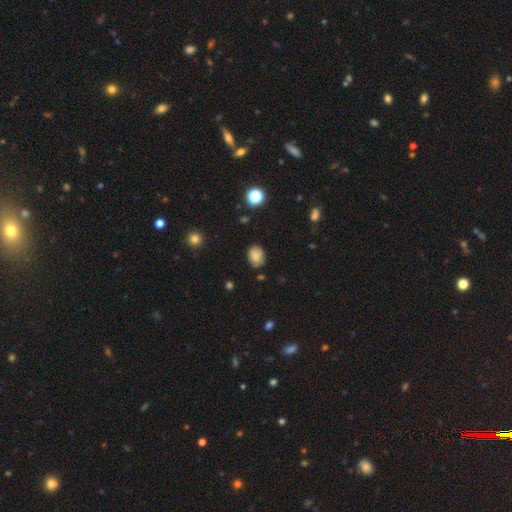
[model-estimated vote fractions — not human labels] Smooth or featured: smooth — 79% (featured or disk — 10%)
How rounded: in between — 59% (round — 40%)
Merging: none — 73% (minor disturbance — 20%)